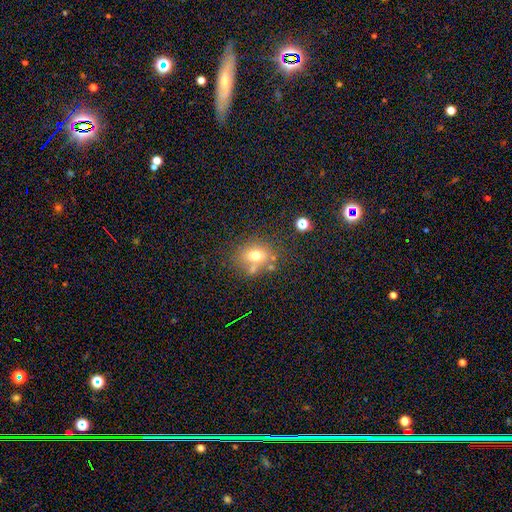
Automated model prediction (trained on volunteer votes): A smooth galaxy with no disk features (67%) that is round (51%).

Vote fractions:
- Smooth or featured? smooth: 67% / featured or disk: 18% / star or artifact: 15%
- How rounded? round: 51% / in between: 48% / cigar-shaped: 1%
- Merging? none: 61% / merger: 18% / minor disturbance: 15% / major disturbance: 6%